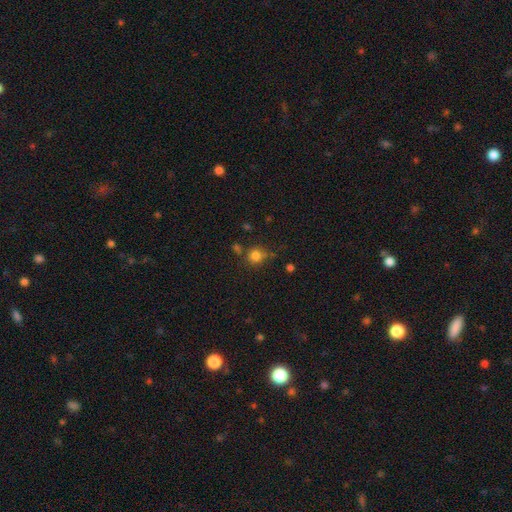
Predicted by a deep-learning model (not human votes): Smooth or featured? smooth (80%)
How rounded? round (88%)
Merging? none (69%)